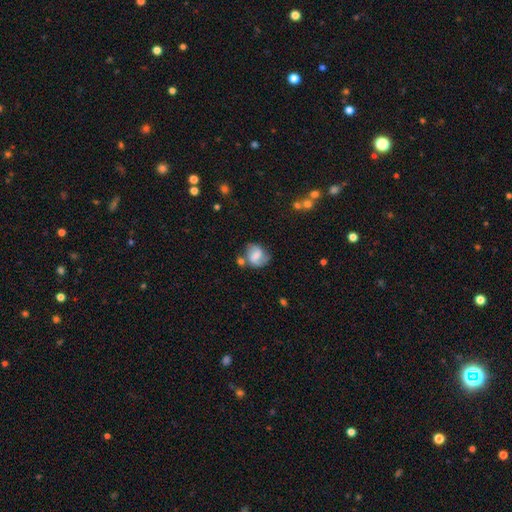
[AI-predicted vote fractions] smooth-or-featured: smooth: 48% | featured or disk: 43% | star or artifact: 9%
  merging: none: 50% | minor disturbance: 25% | merger: 14% | major disturbance: 12%